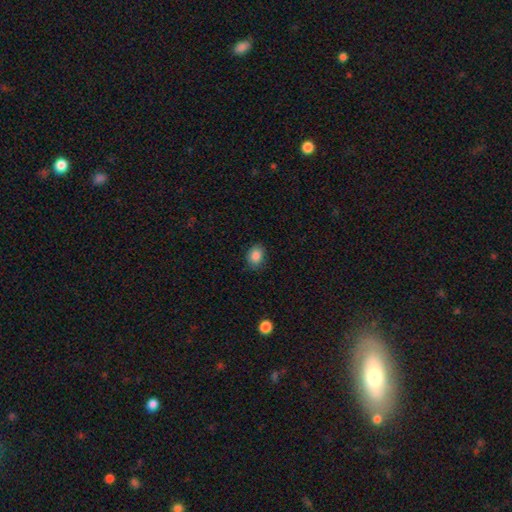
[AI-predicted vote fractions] Smooth or featured? Predicted: smooth (p=0.87). How rounded? Predicted: in between (p=0.64). Merging? Predicted: none (p=0.82).